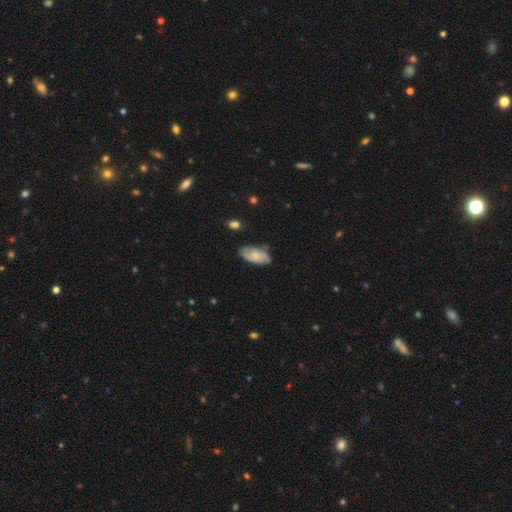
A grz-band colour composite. It shows a smooth galaxy with no disk features (51%) that is in between round and cigar-shaped (84%). Merging: none (69%).